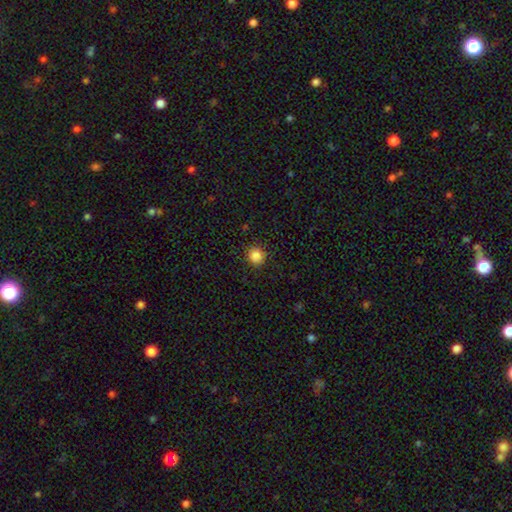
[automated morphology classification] type=smooth (86%); roundness=round (91%); merging=none (90%).